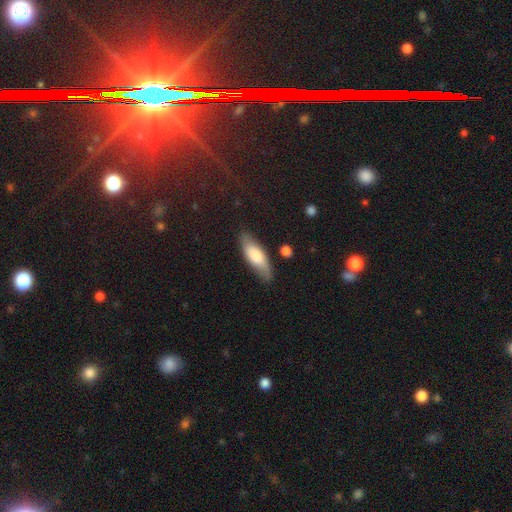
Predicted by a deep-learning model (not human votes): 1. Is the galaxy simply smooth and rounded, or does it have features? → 69% smooth, 25% featured or disk, 6% star or artifact.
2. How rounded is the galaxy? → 62% in between, 36% cigar-shaped, 2% round.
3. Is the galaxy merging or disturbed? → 76% none, 18% minor disturbance, 4% major disturbance, 2% merger.